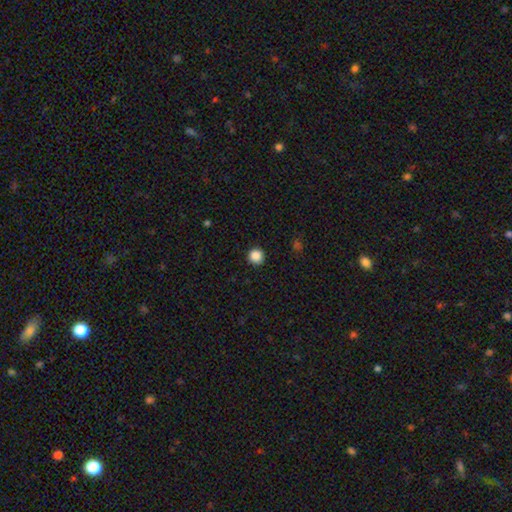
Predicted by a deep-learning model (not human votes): This is clearly a smooth galaxy (87%). How rounded: clearly round (95%). Merging: clearly none (92%).